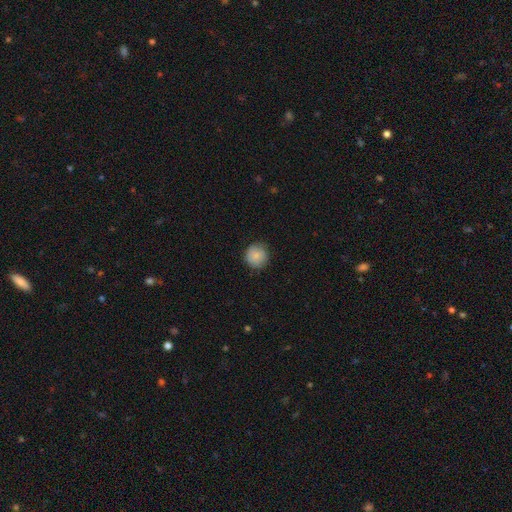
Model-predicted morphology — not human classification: A smooth galaxy with no disk features (80%) that is round (91%). Merging: none (81%).